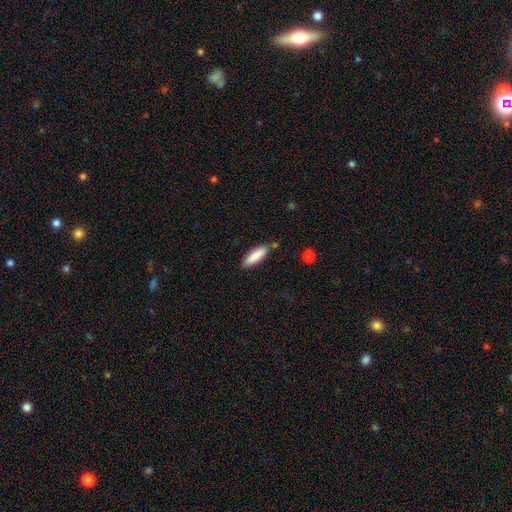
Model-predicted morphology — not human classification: The model was most divided on "how rounded": cigar-shaped: 53%, in between: 46%, round: 1%. More confident: smooth or featured — smooth (85%); merging — none (78%).